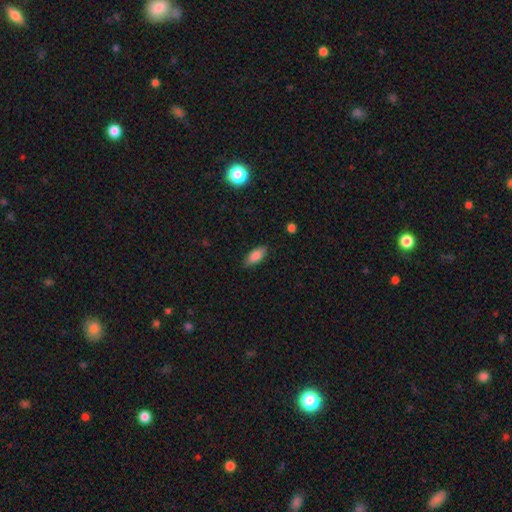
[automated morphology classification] This appears to be a smooth galaxy with no disk features (84%) that is in between round and cigar-shaped (85%). Merging: none (84%).